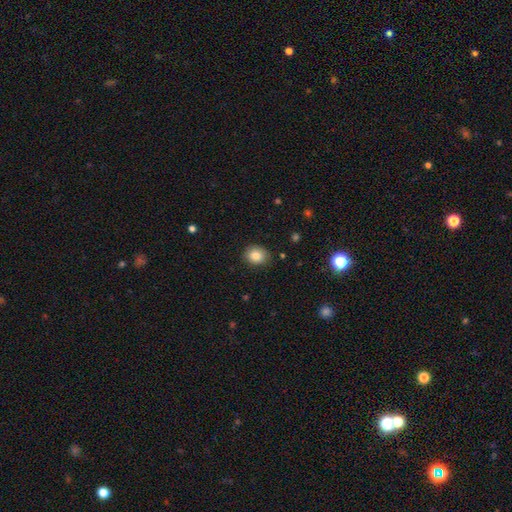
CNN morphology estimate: Smooth or featured? Predicted: smooth (p=0.85). How rounded? Predicted: round (p=0.56). Merging? Predicted: none (p=0.84).